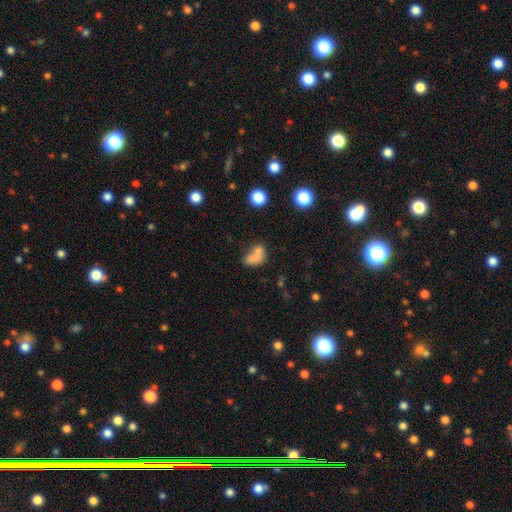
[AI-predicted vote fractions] This is likely a smooth galaxy (72%). How rounded: likely in between (76%). Merging: possibly merger (50%).